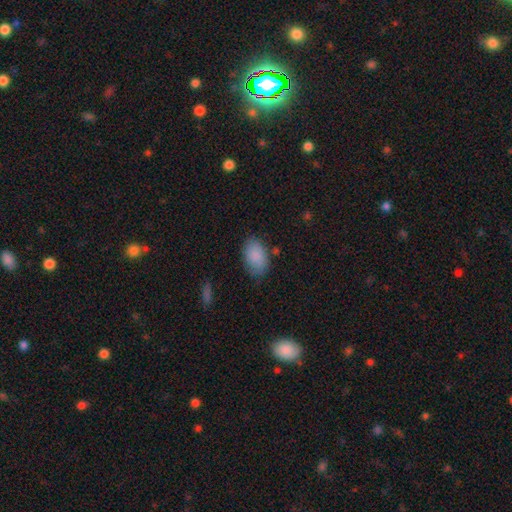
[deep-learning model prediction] smooth-or-featured: smooth: 88% | star or artifact: 7% | featured or disk: 6%
  how-rounded: in between: 91% | round: 8% | cigar-shaped: 1%
  merging: none: 76% | minor disturbance: 17% | major disturbance: 4% | merger: 2%